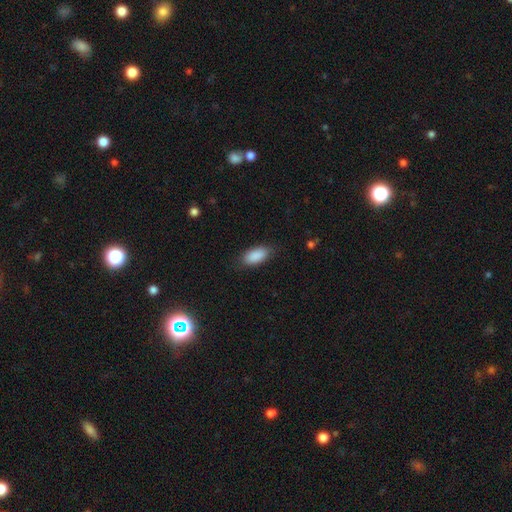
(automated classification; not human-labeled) Smooth or featured? Predicted: smooth (p=0.89). How rounded? Predicted: in between (p=0.90). Merging? Predicted: none (p=0.81).